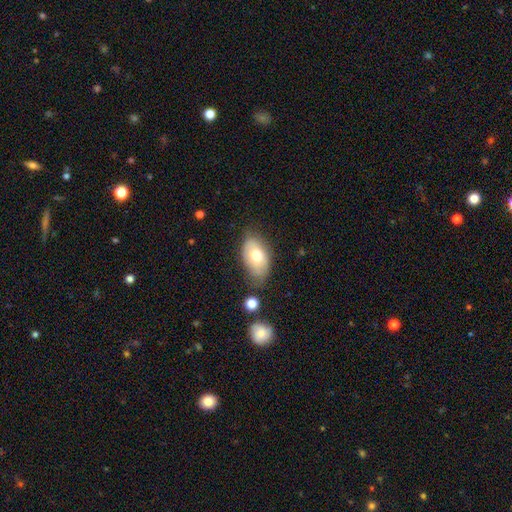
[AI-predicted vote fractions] smooth 69%, featured or disk 24%, star or artifact 7%. Down the decision tree: how rounded — in between (92%); merging — none (61%).